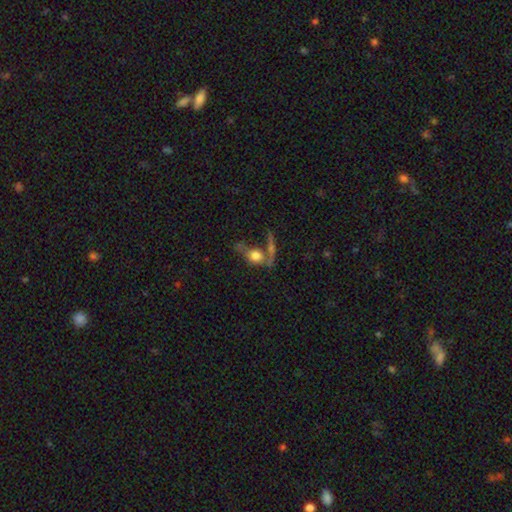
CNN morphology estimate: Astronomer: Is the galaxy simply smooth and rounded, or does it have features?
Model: smooth — 58%.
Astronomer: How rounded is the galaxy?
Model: round — 45% (runner-up: in between, 44%).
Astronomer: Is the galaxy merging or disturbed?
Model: none — 38% (runner-up: merger, 32%).